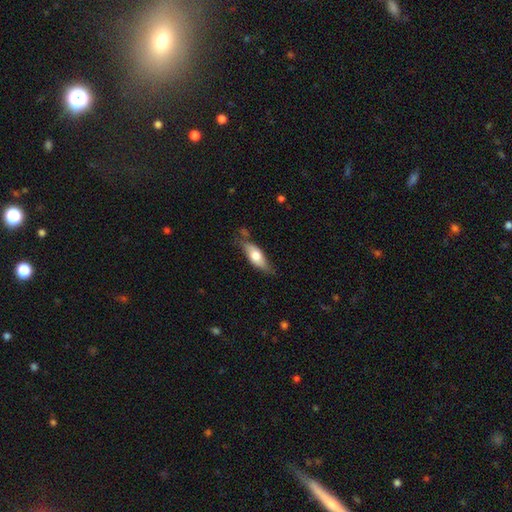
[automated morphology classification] smooth-or-featured: smooth: 56% | featured or disk: 38% | star or artifact: 6%
  how-rounded: in between: 65% | cigar-shaped: 32% | round: 3%
  merging: none: 66% | minor disturbance: 25% | major disturbance: 6% | merger: 4%